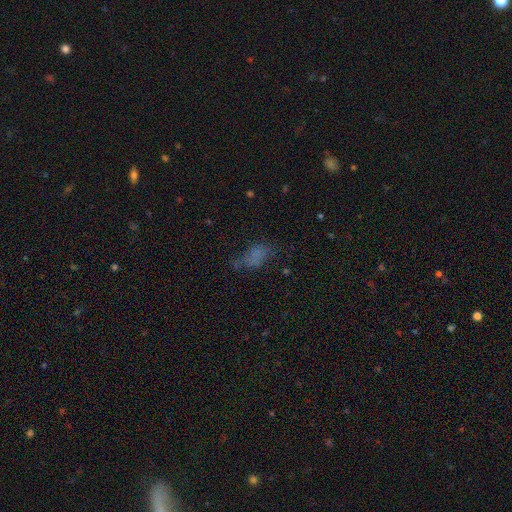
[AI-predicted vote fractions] smooth-or-featured: smooth: 62% | featured or disk: 19% | star or artifact: 19%
  how-rounded: in between: 82% | cigar-shaped: 11% | round: 7%
  merging: none: 47% | minor disturbance: 25% | major disturbance: 24% | merger: 5%